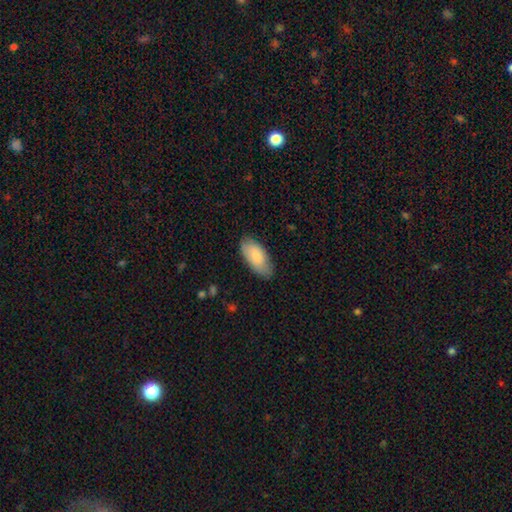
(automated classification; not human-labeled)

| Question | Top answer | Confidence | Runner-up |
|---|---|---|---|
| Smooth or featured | smooth | 85% | featured or disk (10%) |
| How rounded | in between | 92% | cigar-shaped (7%) |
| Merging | none | 79% | minor disturbance (17%) |